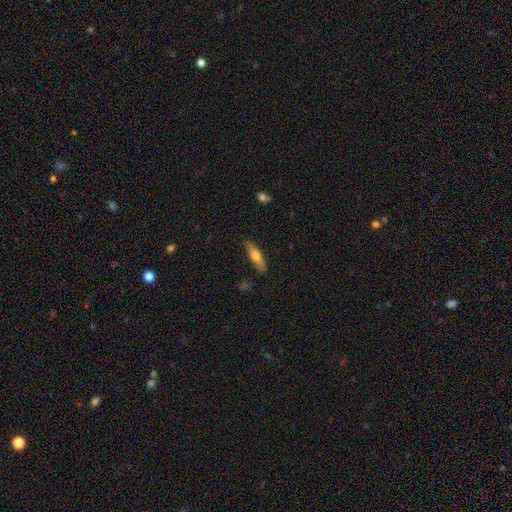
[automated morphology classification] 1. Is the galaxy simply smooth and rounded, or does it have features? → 56% smooth, 38% featured or disk, 6% star or artifact.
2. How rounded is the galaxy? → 66% cigar-shaped, 32% in between, 3% round.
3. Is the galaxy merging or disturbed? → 86% none, 10% minor disturbance, 2% major disturbance, 1% merger.